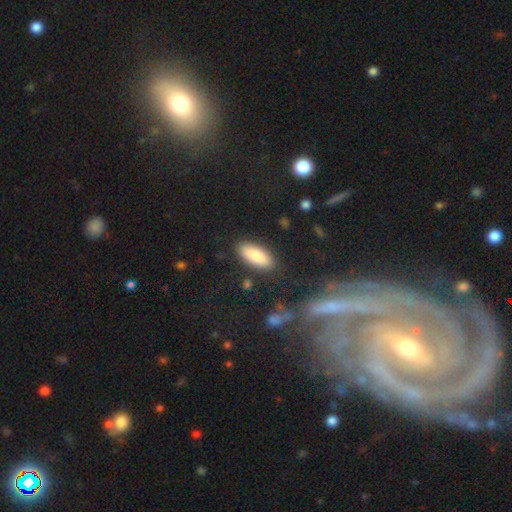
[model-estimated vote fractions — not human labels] A smooth galaxy with no disk features (86%) that is in between round and cigar-shaped (75%).

Vote fractions:
- Smooth or featured? smooth: 86% / featured or disk: 8% / star or artifact: 6%
- How rounded? in between: 75% / cigar-shaped: 23% / round: 2%
- Merging? none: 85% / minor disturbance: 10% / major disturbance: 3% / merger: 2%